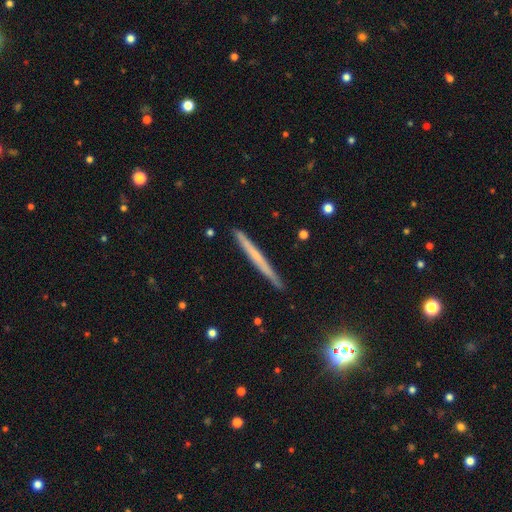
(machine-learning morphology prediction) featured or disk 46% (tied), smooth 46% (tied), star or artifact 8%. Down the decision tree: merging — none (90%).